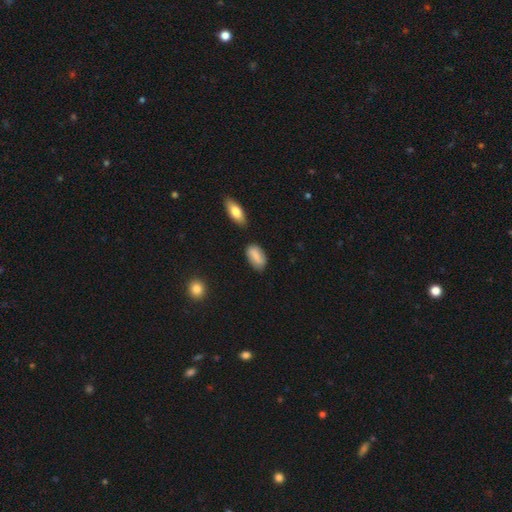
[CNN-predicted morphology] Overall: smooth (81%). How rounded: in between (91%). Merging: none (75%).